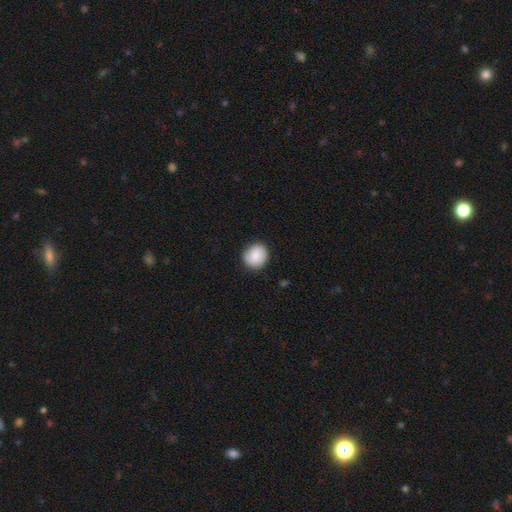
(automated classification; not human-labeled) smooth-or-featured: smooth: 84% | featured or disk: 9% | star or artifact: 7%
  how-rounded: round: 84% | in between: 15% | cigar-shaped: 1%
  merging: none: 85% | minor disturbance: 11% | major disturbance: 2% | merger: 1%